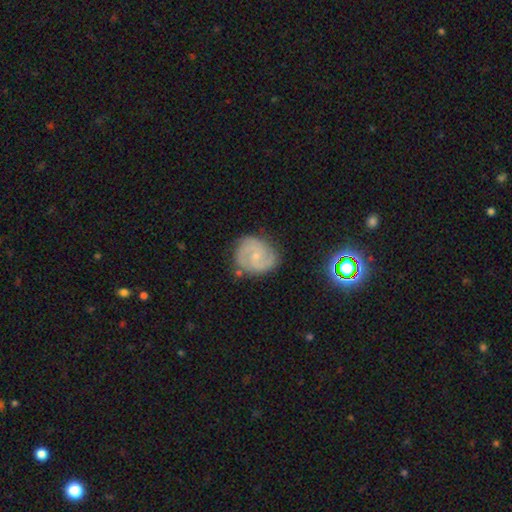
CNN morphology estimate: The model was most divided on "spiral winding": medium: 47%, tight: 42%, loose: 11%. More confident: edge-on disk — no (98%); spiral arms — yes (96%); smooth or featured — featured or disk (79%); merging — none (75%); bulge size — small (74%); spiral arm count — 2 (71%); bar — no (56%).